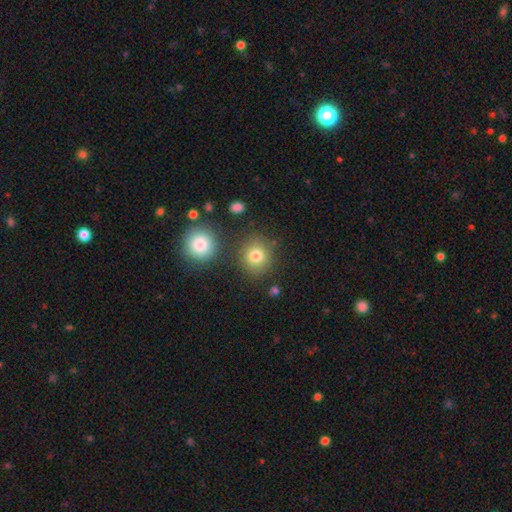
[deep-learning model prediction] smooth-or-featured: smooth: 79% | star or artifact: 13% | featured or disk: 8%
  how-rounded: round: 87% | in between: 12% | cigar-shaped: 1%
  merging: none: 79% | minor disturbance: 10% | merger: 7% | major disturbance: 4%